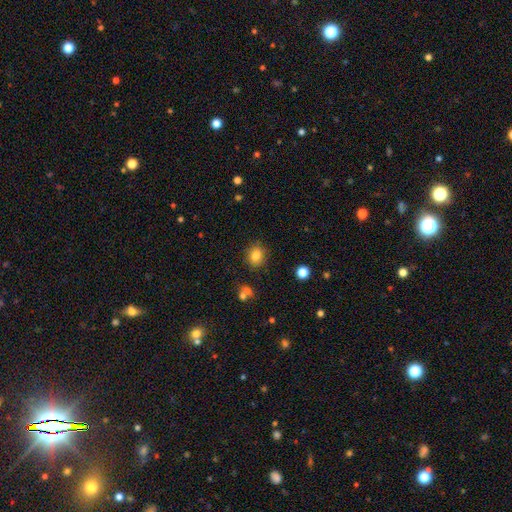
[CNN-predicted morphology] Smooth or featured? Predicted: smooth (p=0.81). How rounded? Predicted: round (p=0.70). Merging? Predicted: none (p=0.84).